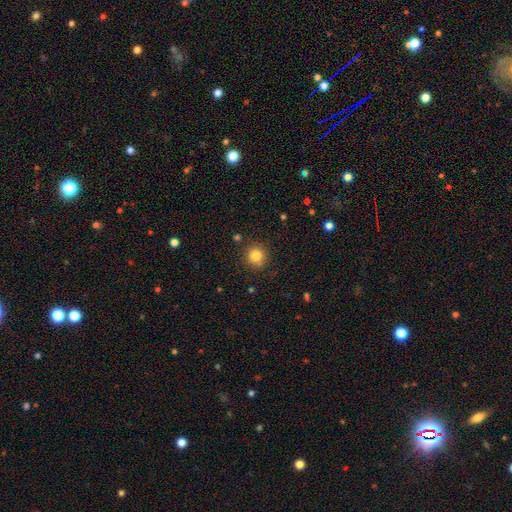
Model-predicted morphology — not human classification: Smooth or featured? Predicted: smooth (p=0.82). How rounded? Predicted: round (p=0.92). Merging? Predicted: none (p=0.86).